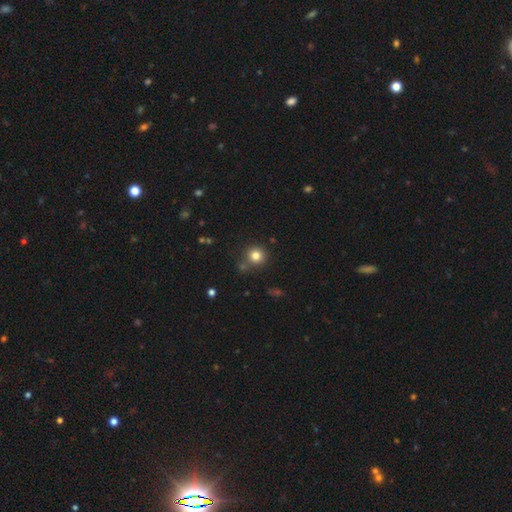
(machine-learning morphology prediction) Smooth or featured: smooth — 81% (star or artifact — 13%)
How rounded: round — 92% (in between — 7%)
Merging: none — 79% (minor disturbance — 9%)